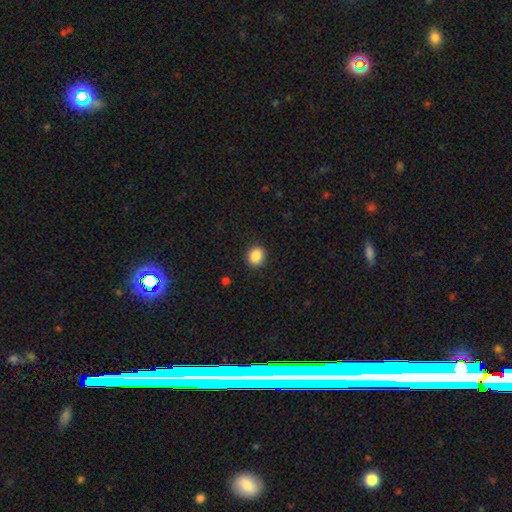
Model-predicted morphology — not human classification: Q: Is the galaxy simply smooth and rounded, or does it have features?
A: smooth — 87%.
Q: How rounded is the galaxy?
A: round — 65%.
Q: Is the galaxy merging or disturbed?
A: none — 91%.